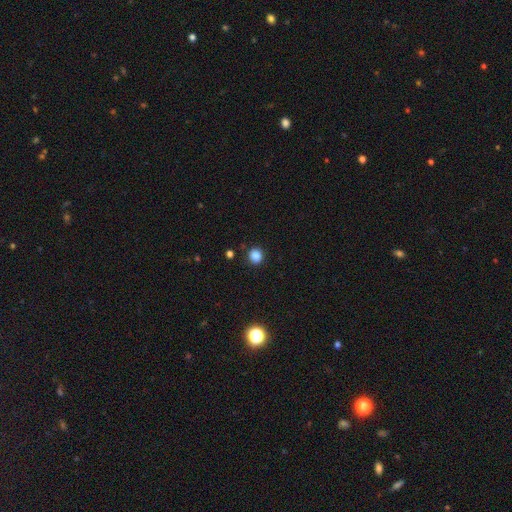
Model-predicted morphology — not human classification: Smooth or featured? smooth (85%)
How rounded? round (88%)
Merging? none (90%)